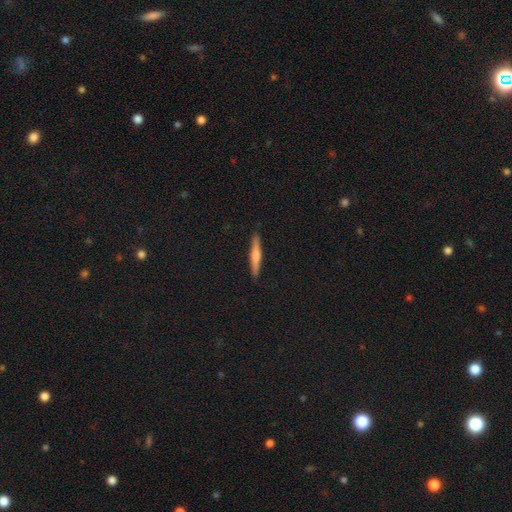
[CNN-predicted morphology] smooth_or_featured: smooth (p=0.57) [alt: featured or disk p=0.37]
how_rounded: cigar-shaped (p=0.93) [alt: in between p=0.05]
merging: none (p=0.90) [alt: minor disturbance p=0.07]